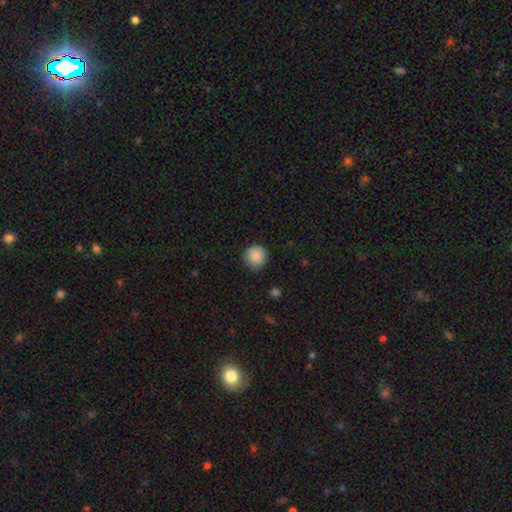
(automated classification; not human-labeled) smooth-or-featured: smooth: 88% | star or artifact: 8% | featured or disk: 3%
  how-rounded: round: 94% | in between: 5% | cigar-shaped: 1%
  merging: none: 88% | minor disturbance: 9% | major disturbance: 2% | merger: 1%